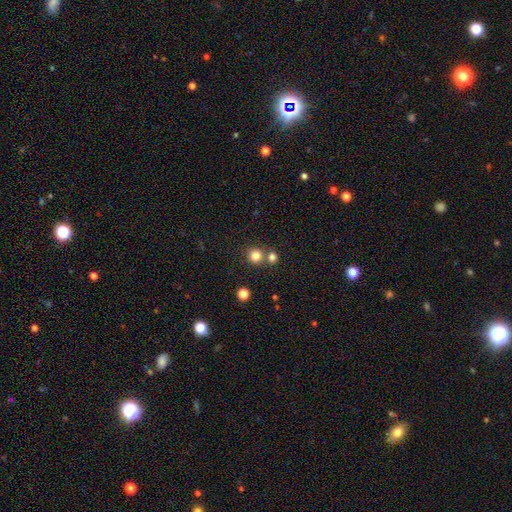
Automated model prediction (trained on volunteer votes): Smooth or featured?
  - smooth: 82% *
  - star or artifact: 13%
  - featured or disk: 5%
How rounded?
  - round: 90% *
  - in between: 9%
  - cigar-shaped: 1%
Merging?
  - none: 67% *
  - merger: 24%
  - minor disturbance: 7%
  - major disturbance: 2%